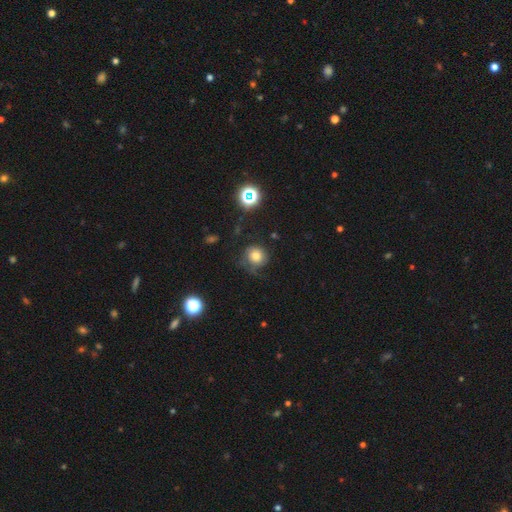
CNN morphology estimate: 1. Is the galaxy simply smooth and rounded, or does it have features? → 66% smooth, 19% featured or disk, 15% star or artifact.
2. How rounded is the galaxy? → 88% round, 11% in between, 1% cigar-shaped.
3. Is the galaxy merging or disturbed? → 57% none, 23% minor disturbance, 18% major disturbance, 3% merger.